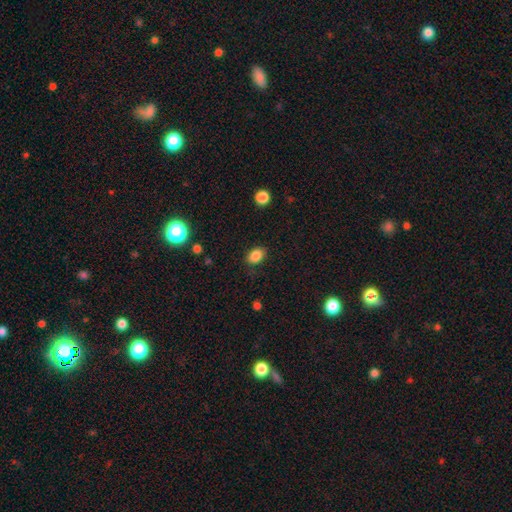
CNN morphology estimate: A smooth galaxy with no disk features (86%) that is in between round and cigar-shaped (78%).

Vote fractions:
- Smooth or featured? smooth: 86% / star or artifact: 10% / featured or disk: 4%
- How rounded? in between: 78% / round: 21% / cigar-shaped: 1%
- Merging? none: 83% / minor disturbance: 13% / major disturbance: 4% / merger: 1%